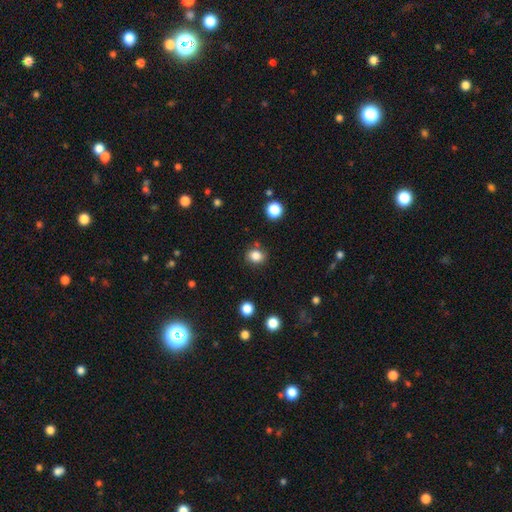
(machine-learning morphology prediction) Smooth or featured: smooth — 83% (star or artifact — 12%)
How rounded: round — 70% (in between — 29%)
Merging: none — 80% (minor disturbance — 12%)